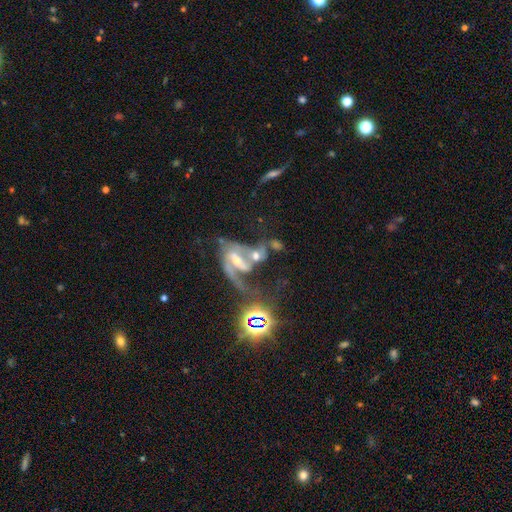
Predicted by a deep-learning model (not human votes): The model was most divided on "bar": weak: 37%, strong: 35%, no: 28%. Remaining: edge-on disk — no (95%); spiral arms — yes (78%); smooth or featured — featured or disk (68%); spiral arm count — 2 (58%); merging — merger (56%); bulge size — moderate (48%); spiral winding — loose (48%).